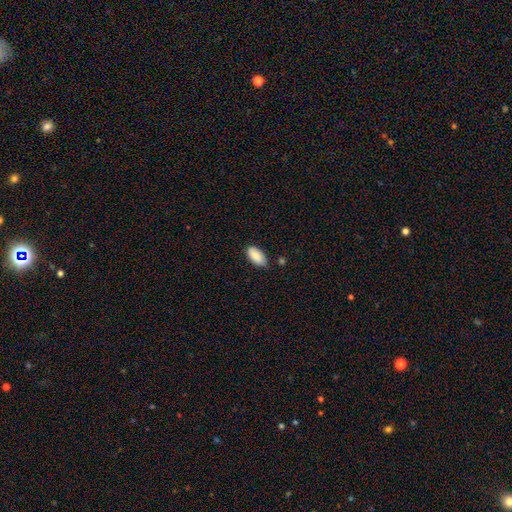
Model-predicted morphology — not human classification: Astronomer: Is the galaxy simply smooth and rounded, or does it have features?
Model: smooth — 87%.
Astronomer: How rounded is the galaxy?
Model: in between — 94%.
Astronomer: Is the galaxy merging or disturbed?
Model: none — 81%.